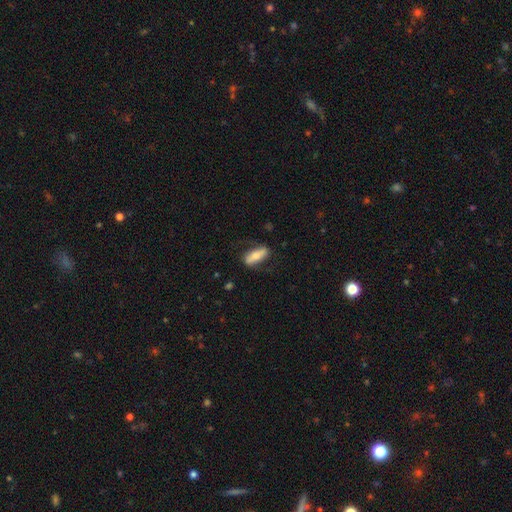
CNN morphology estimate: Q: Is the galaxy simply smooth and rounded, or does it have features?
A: smooth — 58%.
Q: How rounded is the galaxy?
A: in between — 60%.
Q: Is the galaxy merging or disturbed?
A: none — 74%.